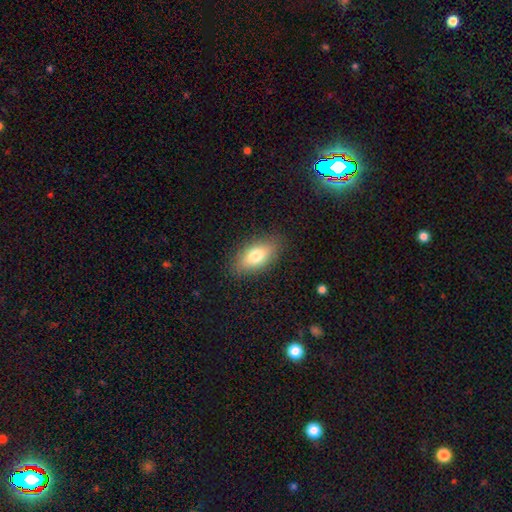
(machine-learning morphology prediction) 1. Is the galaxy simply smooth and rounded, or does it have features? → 75% smooth, 17% featured or disk, 8% star or artifact.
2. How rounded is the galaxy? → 88% in between, 6% cigar-shaped, 6% round.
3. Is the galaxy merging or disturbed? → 86% none, 10% minor disturbance, 3% major disturbance, 1% merger.